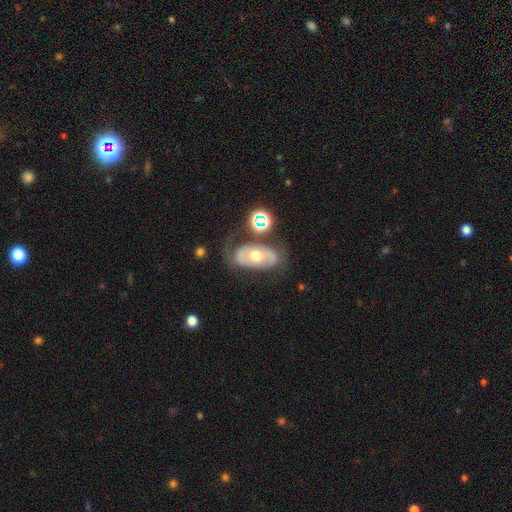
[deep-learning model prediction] Smooth or featured: featured or disk — 62% (smooth — 29%)
Edge-on disk: no — 92% (yes — 8%)
Bar: no — 74% (weak — 19%)
Spiral arms: yes — 58% (no — 42%)
Bulge size: moderate — 73% (small — 18%)
Merging: none — 55% (minor disturbance — 22%)